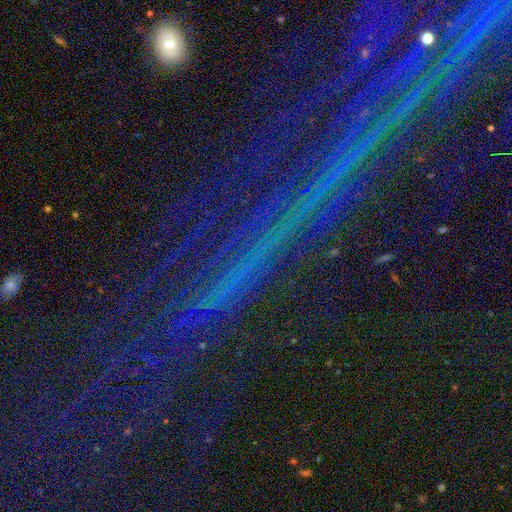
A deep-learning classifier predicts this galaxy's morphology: Smooth or featured? Predicted: star or artifact (p=0.82).